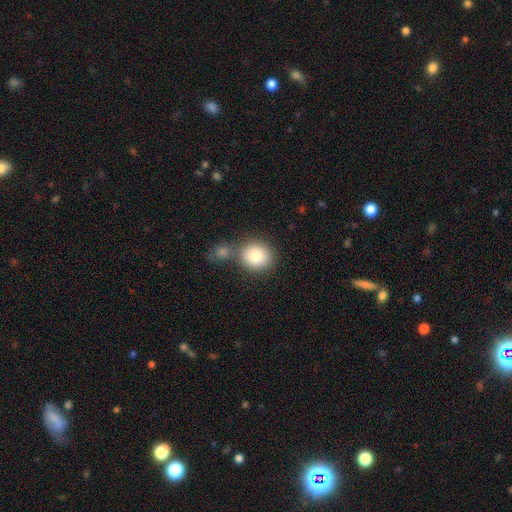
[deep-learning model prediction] Smooth or featured? smooth (82%)
How rounded? round (82%)
Merging? none (59%)